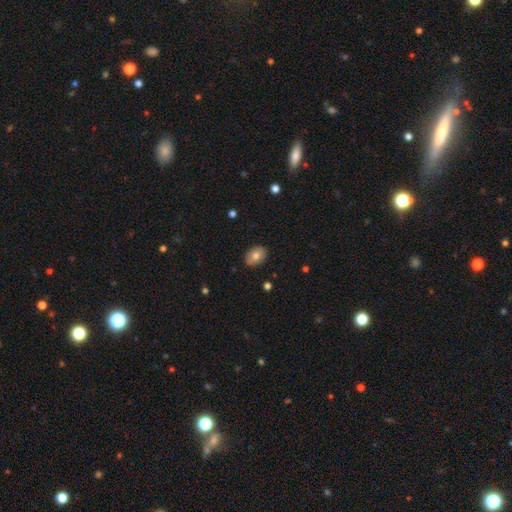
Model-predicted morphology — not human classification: Q: Smooth or featured?
A: smooth (76%); runner-up: featured or disk (16%)
Q: How rounded?
A: in between (78%); runner-up: round (21%)
Q: Merging?
A: none (85%); runner-up: minor disturbance (11%)